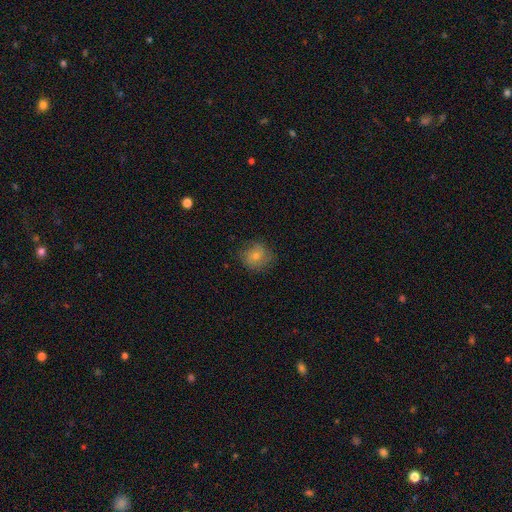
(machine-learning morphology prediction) Overall: smooth (63%). How rounded: round (85%). Merging: none (77%).